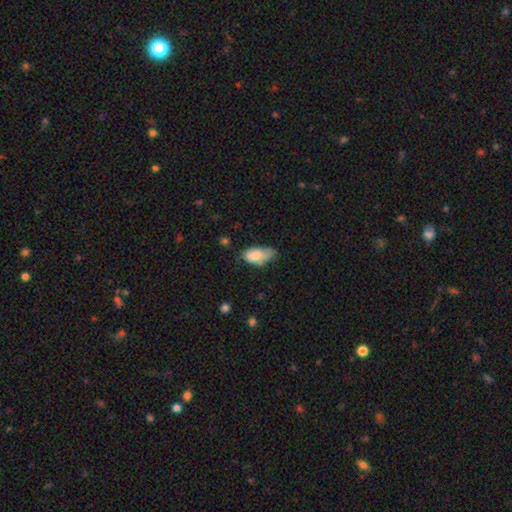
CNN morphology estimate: Smooth or featured?
  - smooth: 77% *
  - featured or disk: 15%
  - star or artifact: 8%
How rounded?
  - in between: 92% *
  - round: 4%
  - cigar-shaped: 3%
Merging?
  - minor disturbance: 43% *
  - none: 33%
  - major disturbance: 20%
  - merger: 5%